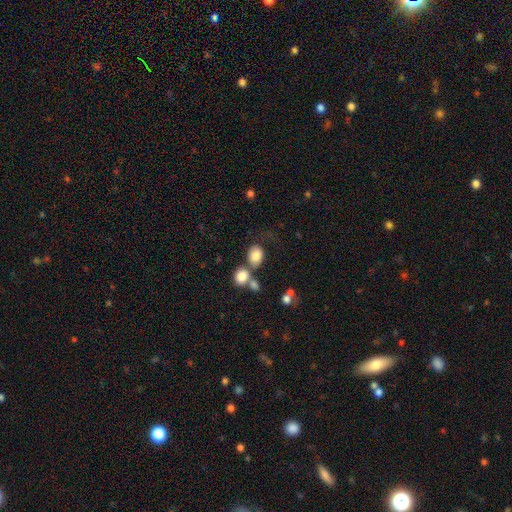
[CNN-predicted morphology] This appears to be a smooth galaxy with no disk features (82%) that is in between round and cigar-shaped (56%). Merging: none (42%).